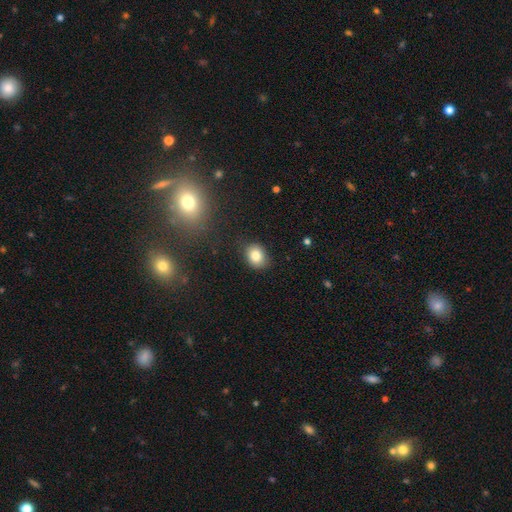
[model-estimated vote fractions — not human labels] Smooth or featured: smooth — 82% (star or artifact — 10%)
How rounded: round — 51% (in between — 48%)
Merging: none — 84% (minor disturbance — 12%)